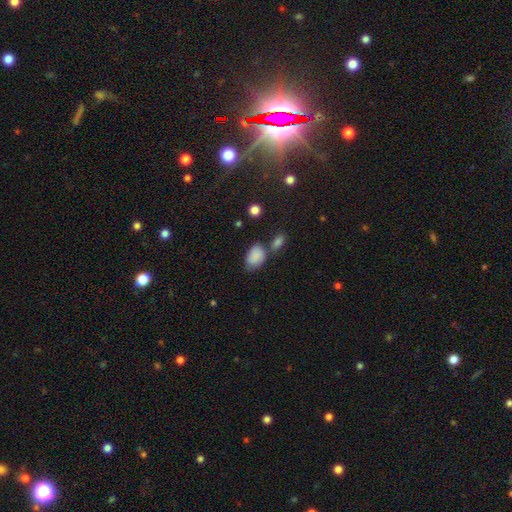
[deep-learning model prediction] smooth 85%, star or artifact 8%, featured or disk 7%. Down the decision tree: how rounded — in between (87%); merging — none (49%).